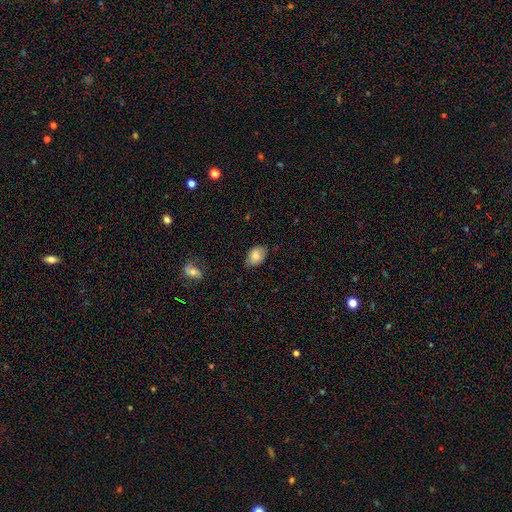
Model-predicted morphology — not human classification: smooth-or-featured: smooth: 79% | featured or disk: 13% | star or artifact: 8%
  how-rounded: in between: 82% | round: 17% | cigar-shaped: 1%
  merging: none: 73% | minor disturbance: 22% | major disturbance: 4% | merger: 1%